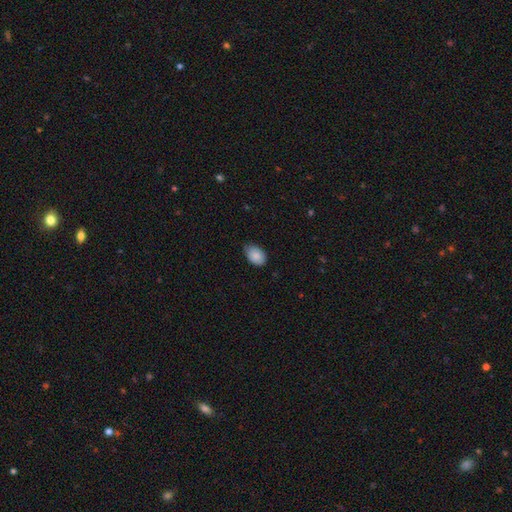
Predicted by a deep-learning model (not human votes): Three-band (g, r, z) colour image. It shows a smooth galaxy with no disk features (87%) that is in between round and cigar-shaped (87%). Merging: none (68%).